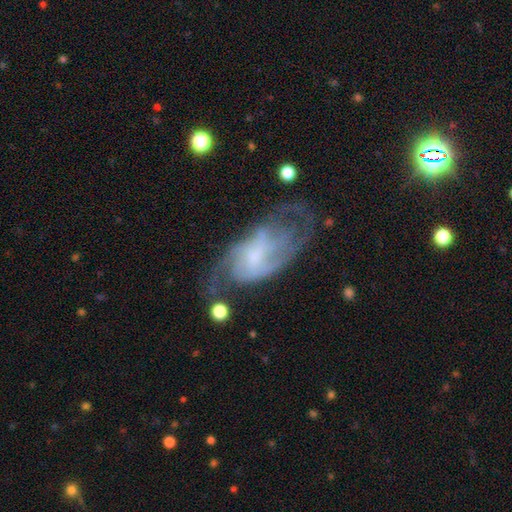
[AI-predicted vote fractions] A featured or disk galaxy (76%) with no bar (50%), 2 (43%) medium (45%) spiral arms (87%) and a small central bulge (37%). Merging: none (51%).